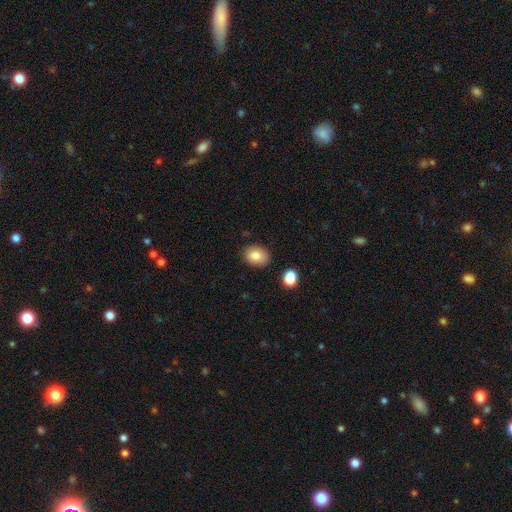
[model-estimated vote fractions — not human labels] Smooth or featured? smooth (83%)
How rounded? in between (65%)
Merging? none (84%)